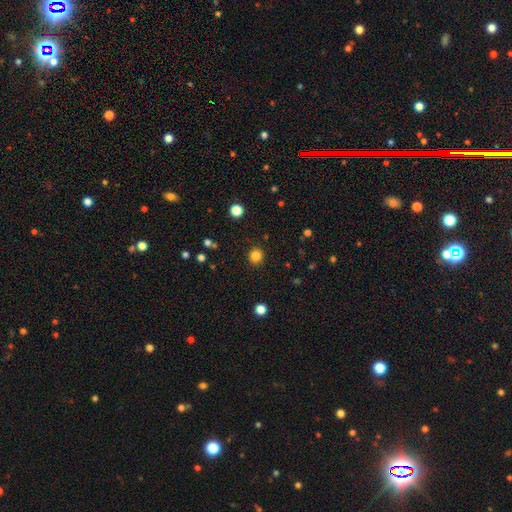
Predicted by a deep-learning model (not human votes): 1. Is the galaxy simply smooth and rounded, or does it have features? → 83% smooth, 13% star or artifact, 4% featured or disk.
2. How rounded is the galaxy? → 91% round, 8% in between, 1% cigar-shaped.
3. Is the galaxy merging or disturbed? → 91% none, 5% minor disturbance, 2% major disturbance, 1% merger.